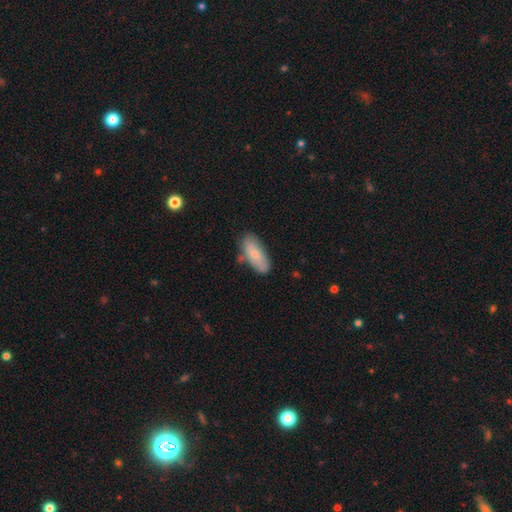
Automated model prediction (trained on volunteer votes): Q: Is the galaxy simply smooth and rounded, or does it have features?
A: smooth — 73%.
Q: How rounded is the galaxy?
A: in between — 86%.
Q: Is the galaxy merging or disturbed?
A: none — 69%.